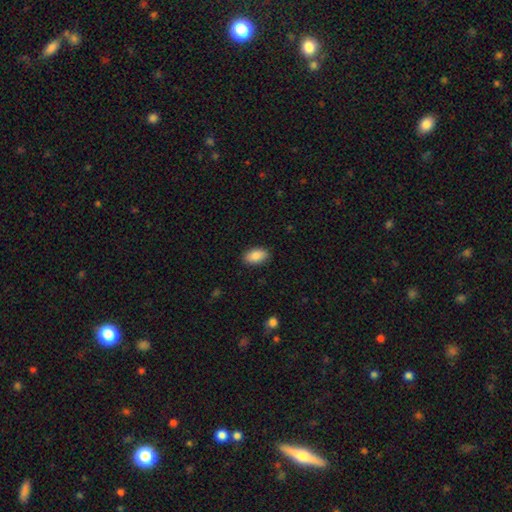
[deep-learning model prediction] Morphology: type=smooth (88%); roundness=in between (93%); merging=none (89%).